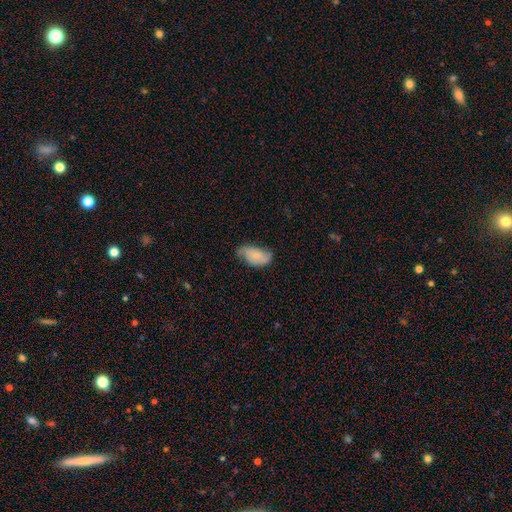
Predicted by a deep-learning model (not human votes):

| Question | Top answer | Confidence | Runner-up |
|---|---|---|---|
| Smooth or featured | smooth | 59% | featured or disk (34%) |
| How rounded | in between | 93% | round (4%) |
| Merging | none | 49% | minor disturbance (37%) |